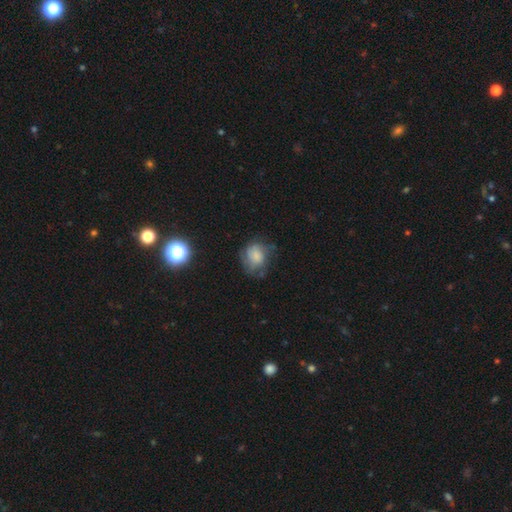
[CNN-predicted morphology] The model was most divided on "merging": none: 52%, minor disturbance: 28%, major disturbance: 18%, merger: 2%. More confident: how rounded — round (63%); smooth or featured — smooth (59%).